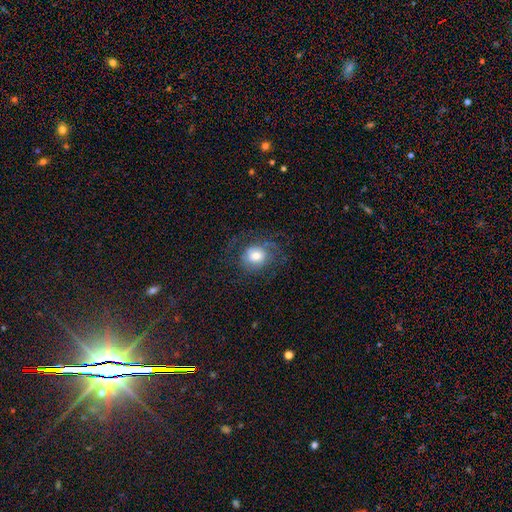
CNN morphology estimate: Smooth or featured: smooth — 57% (featured or disk — 32%)
How rounded: round — 66% (in between — 33%)
Merging: none — 59% (major disturbance — 20%)